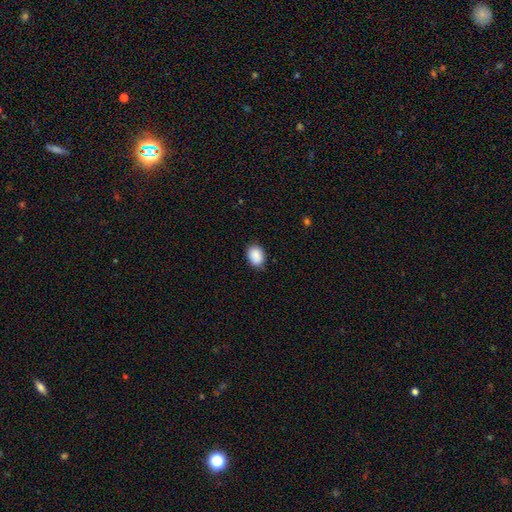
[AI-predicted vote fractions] A smooth galaxy with no disk features (90%) that is in between round and cigar-shaped (73%). Merging: none (82%).